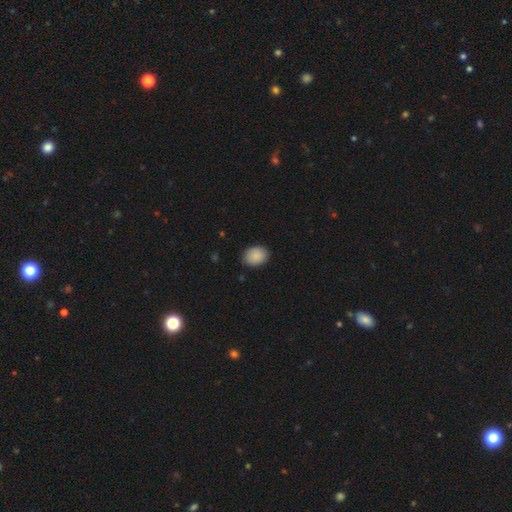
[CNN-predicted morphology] Overall: smooth (88%). How rounded: in between (61%; round 38%). Merging: none (86%).